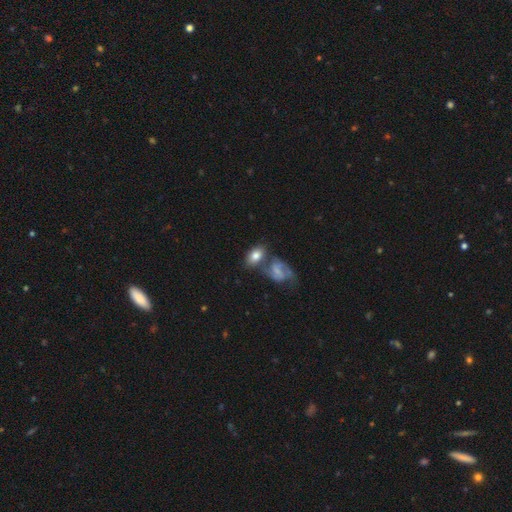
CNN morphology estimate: type=smooth (66%); roundness=in between (84%); merging=none (44%).